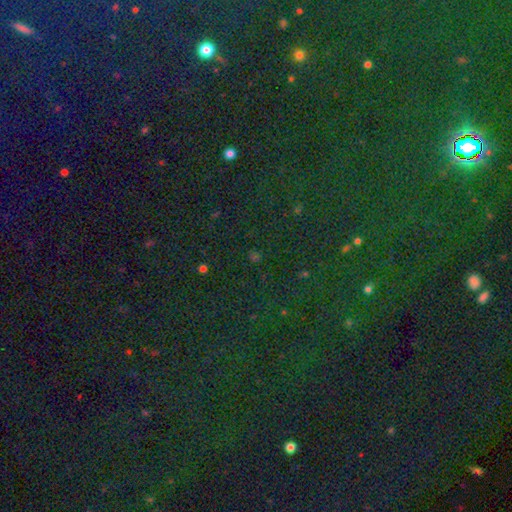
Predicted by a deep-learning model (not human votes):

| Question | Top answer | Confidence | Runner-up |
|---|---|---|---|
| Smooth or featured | star or artifact | 74% | smooth (17%) |